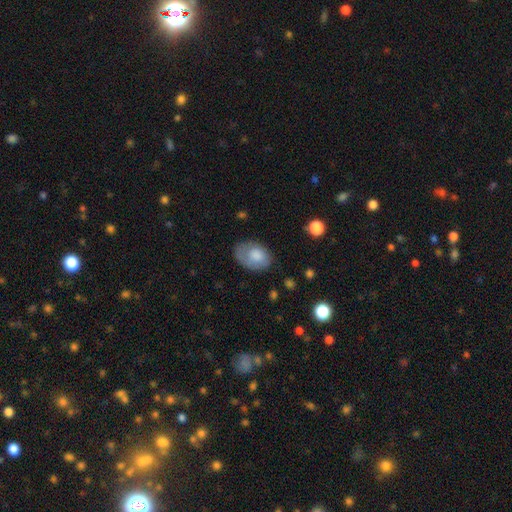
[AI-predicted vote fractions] smooth-or-featured: smooth: 72% | featured or disk: 21% | star or artifact: 7%
  how-rounded: in between: 81% | round: 18% | cigar-shaped: 1%
  merging: none: 58% | minor disturbance: 27% | major disturbance: 13% | merger: 2%